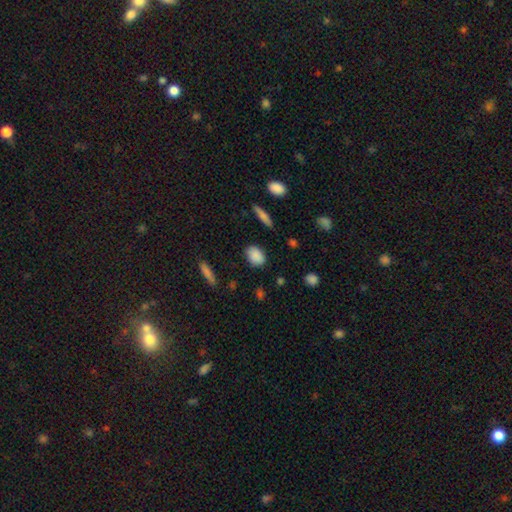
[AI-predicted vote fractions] Morphology: type=smooth (87%); roundness=in between (75%); merging=none (83%).